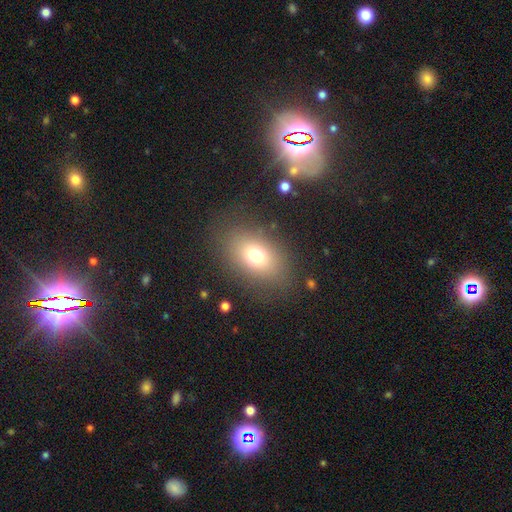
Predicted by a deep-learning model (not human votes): Smooth or featured? Predicted: smooth (p=0.71). How rounded? Predicted: in between (p=0.73). Merging? Predicted: none (p=0.80).